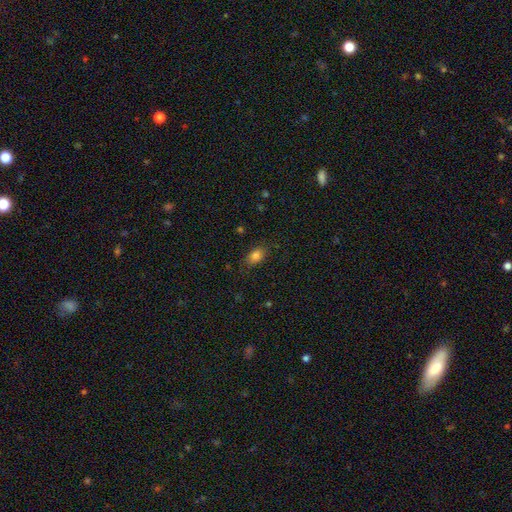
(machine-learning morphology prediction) This is clearly a smooth galaxy (82%). How rounded: clearly in between (82%). Merging: clearly none (80%).